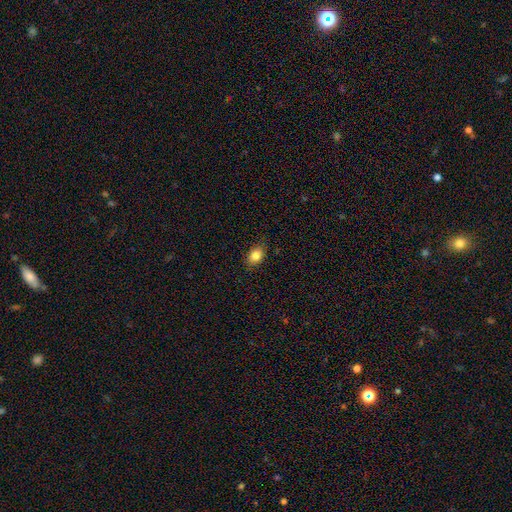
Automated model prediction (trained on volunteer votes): smooth_or_featured: smooth (p=0.83) [alt: star or artifact p=0.10]
how_rounded: in between (p=0.69) [alt: round p=0.29]
merging: none (p=0.84) [alt: minor disturbance p=0.13]